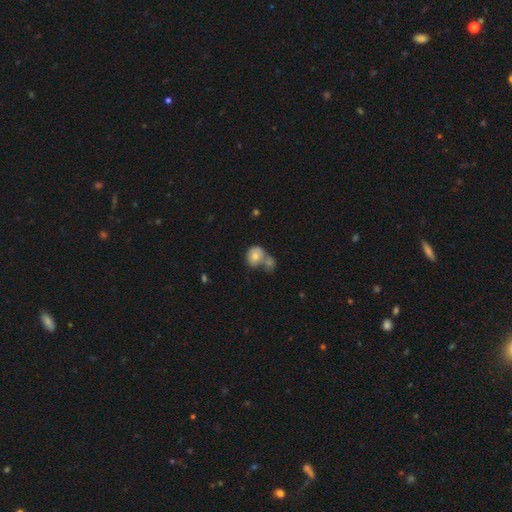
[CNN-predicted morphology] Smooth or featured? smooth (74%)
How rounded? round (58%)
Merging? merger (59%)